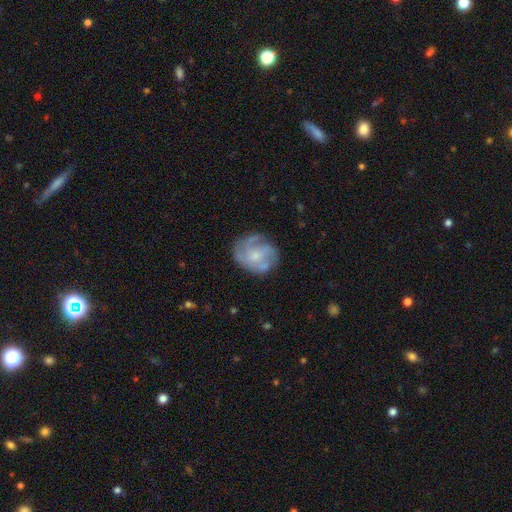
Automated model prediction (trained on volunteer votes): smooth_or_featured: featured or disk (p=0.65) [alt: smooth p=0.27]
disk_edge_on: no (p=0.98) [alt: yes p=0.02]
bar: no (p=0.71) [alt: weak p=0.25]
has_spiral_arms: yes (p=0.79) [alt: no p=0.21]
spiral_winding: medium (p=0.41) [alt: tight p=0.38]
spiral_arm_count: can't tell (p=0.32) [alt: 3 p=0.30]
bulge_size: small (p=0.51) [alt: moderate p=0.37]
merging: none (p=0.64) [alt: minor disturbance p=0.21]